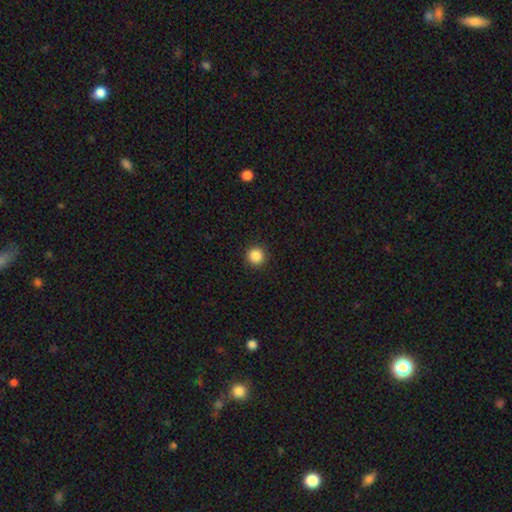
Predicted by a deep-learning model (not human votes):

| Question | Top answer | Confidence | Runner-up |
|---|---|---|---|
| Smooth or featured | smooth | 87% | star or artifact (10%) |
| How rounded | round | 95% | in between (4%) |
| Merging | none | 93% | minor disturbance (5%) |